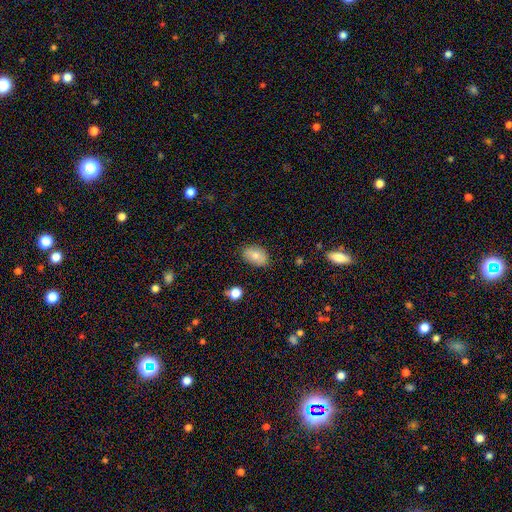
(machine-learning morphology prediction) Q: Smooth or featured?
A: smooth (78%); runner-up: featured or disk (14%)
Q: How rounded?
A: in between (86%); runner-up: round (13%)
Q: Merging?
A: none (81%); runner-up: minor disturbance (15%)